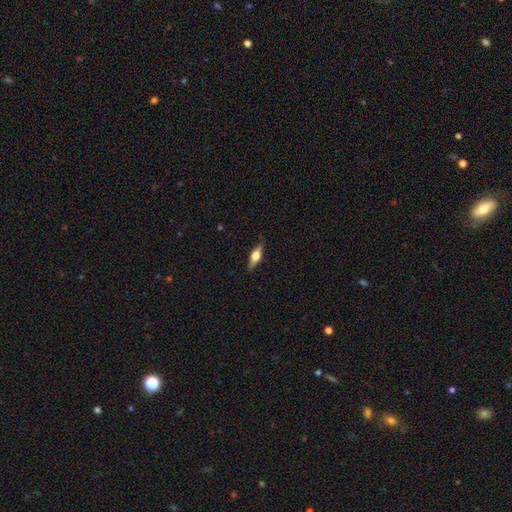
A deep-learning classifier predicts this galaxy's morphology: type=featured or disk (53%); edge-on=yes (94%); merging=none (86%).